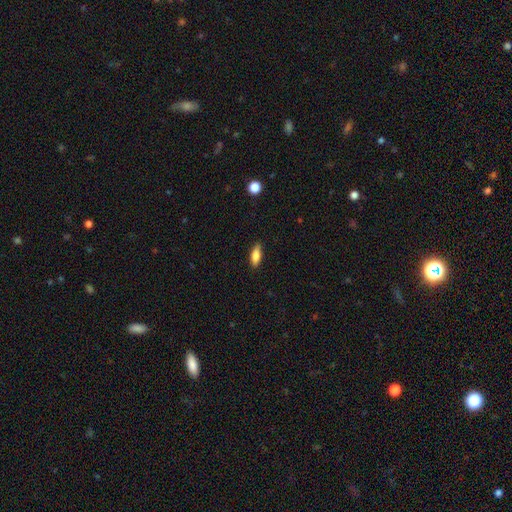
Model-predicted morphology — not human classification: Smooth or featured: smooth — 79% (featured or disk — 14%)
How rounded: in between — 66% (cigar-shaped — 31%)
Merging: none — 87% (minor disturbance — 10%)